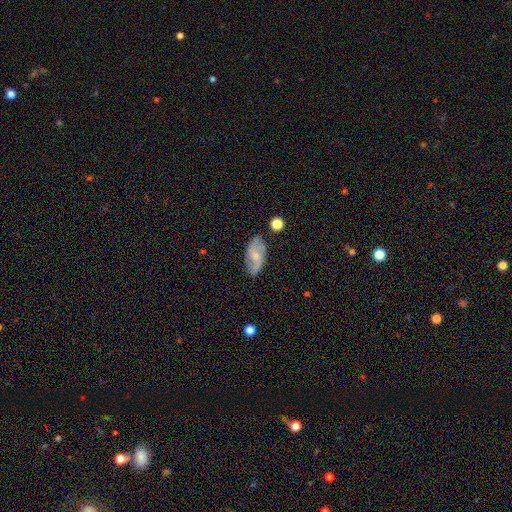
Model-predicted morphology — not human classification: A featured or disk galaxy (59%) with no bar (53%), spiral arms (82%) and a small central bulge (59%).

Vote fractions:
- Smooth or featured? featured or disk: 59% / smooth: 34% / star or artifact: 7%
- Edge-on disk? no: 92% / yes: 8%
- Bar? no: 53% / weak: 37% / strong: 10%
- Spiral arms? yes: 82% / no: 18%
- Bulge size? small: 59% / moderate: 36% / none: 3% / large: 1% / dominant: 1%
- Merging? none: 77% / minor disturbance: 17% / major disturbance: 4% / merger: 2%